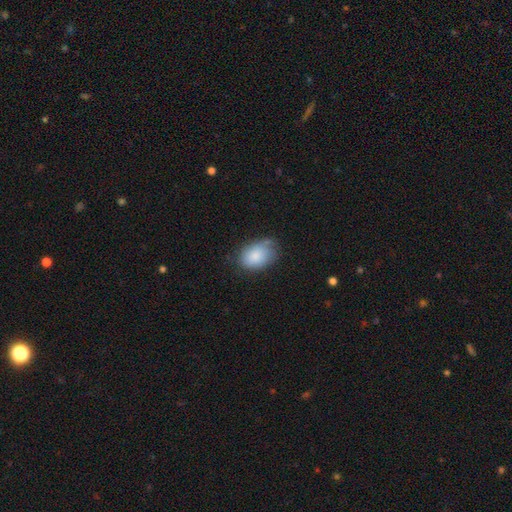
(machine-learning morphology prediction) Q: Smooth or featured?
A: smooth (83%); runner-up: featured or disk (10%)
Q: How rounded?
A: in between (81%); runner-up: round (18%)
Q: Merging?
A: none (59%); runner-up: minor disturbance (30%)